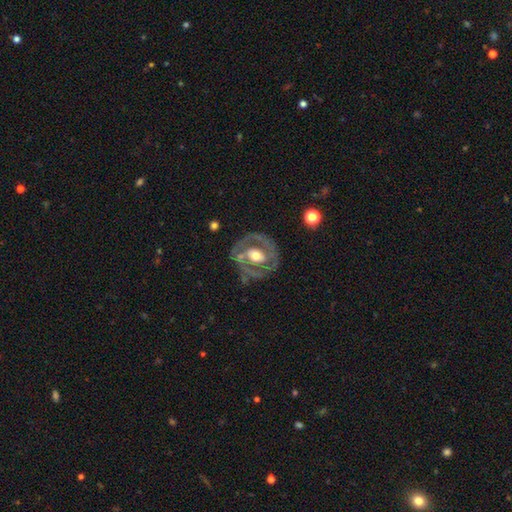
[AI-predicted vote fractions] Overall: featured or disk (74%). Edge-on disk: no (96%). Bar: no (55%; weak 28%). Spiral arms: yes (54%; no 46%). Bulge size: moderate (66%). Merging: none (67%).